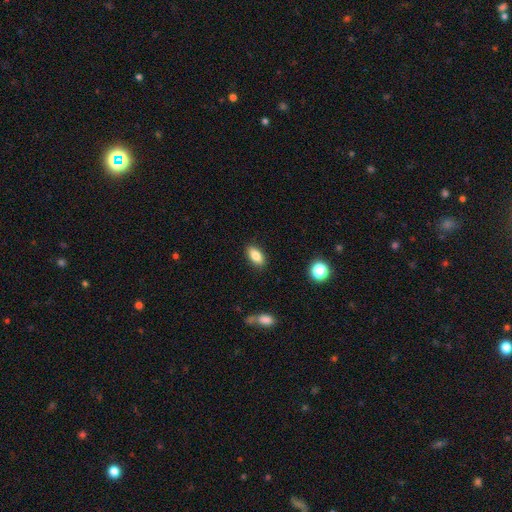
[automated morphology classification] smooth 84%, featured or disk 8%, star or artifact 8%. Down the decision tree: how rounded — in between (89%); merging — none (87%).